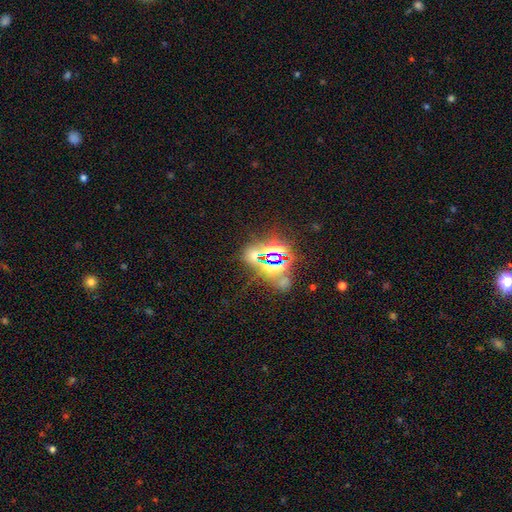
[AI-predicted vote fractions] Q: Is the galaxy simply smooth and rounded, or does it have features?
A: star or artifact — 73%.